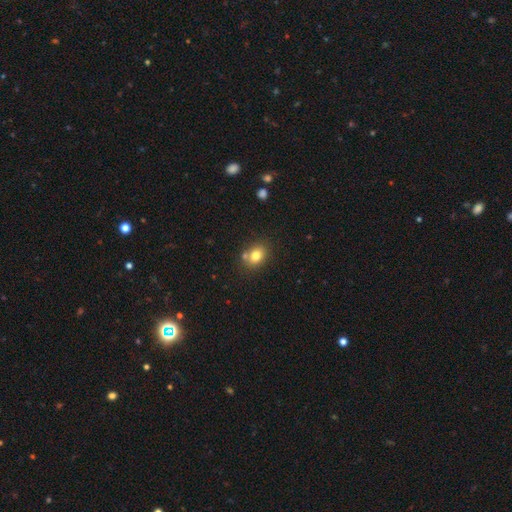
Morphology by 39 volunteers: Smooth or featured: smooth — 90% (star or artifact — 8%)
How rounded: in between — 74% (round — 26%)
Merging: none — 78% (merger — 14%)